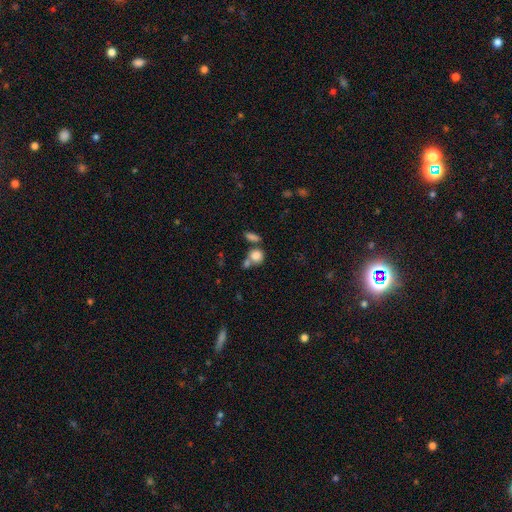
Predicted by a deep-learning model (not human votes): A smooth galaxy with no disk features (81%) that is round (73%).

Vote fractions:
- Smooth or featured? smooth: 81% / star or artifact: 10% / featured or disk: 9%
- How rounded? round: 73% / in between: 25% / cigar-shaped: 2%
- Merging? none: 46% / merger: 38% / minor disturbance: 11% / major disturbance: 5%